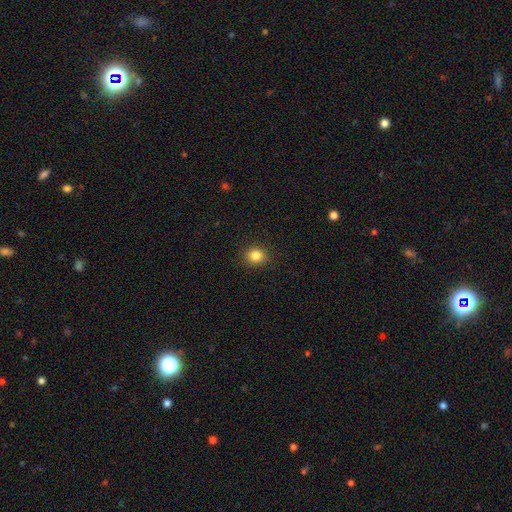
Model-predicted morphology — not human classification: type=smooth (84%); roundness=round (83%); merging=none (91%).